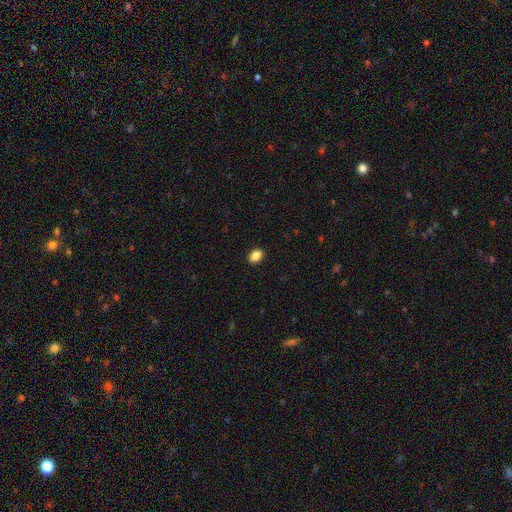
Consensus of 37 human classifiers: Smooth or featured?
  - smooth: 92% *
  - star or artifact: 5%
  - featured or disk: 3%
How rounded?
  - in between: 71% *
  - round: 29%
  - cigar-shaped: 0%
Merging?
  - none: 89% *
  - minor disturbance: 9%
  - major disturbance: 3%
  - merger: 0%